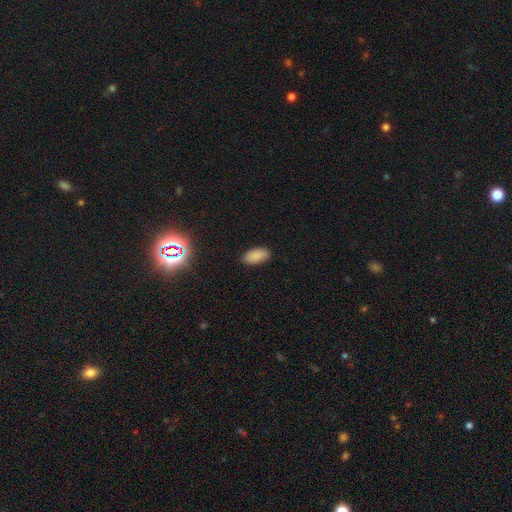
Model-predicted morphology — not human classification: smooth_or_featured: smooth (p=0.86) [alt: star or artifact p=0.10]
how_rounded: in between (p=0.92) [alt: cigar-shaped p=0.05]
merging: none (p=0.87) [alt: minor disturbance p=0.10]